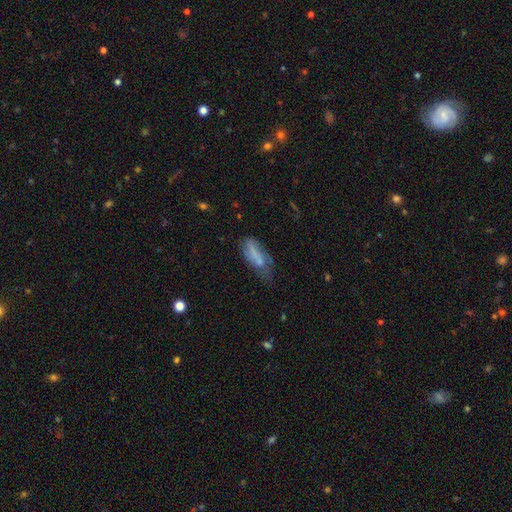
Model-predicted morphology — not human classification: Smooth or featured?
  - smooth: 62% *
  - featured or disk: 28%
  - star or artifact: 11%
How rounded?
  - in between: 67% *
  - cigar-shaped: 31%
  - round: 3%
Merging?
  - none: 37% *
  - minor disturbance: 32%
  - major disturbance: 24%
  - merger: 7%